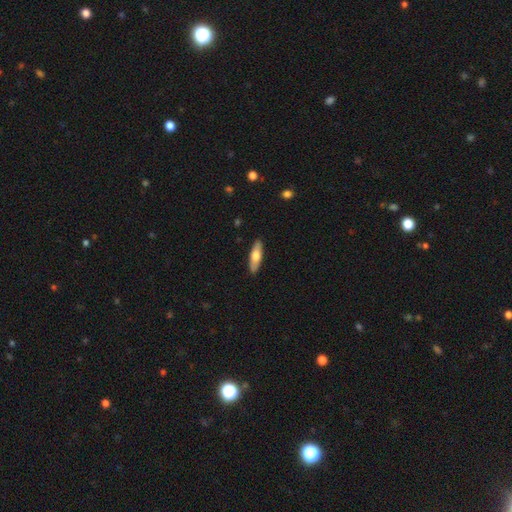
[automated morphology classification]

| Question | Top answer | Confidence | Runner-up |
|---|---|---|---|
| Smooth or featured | smooth | 62% | featured or disk (33%) |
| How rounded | cigar-shaped | 58% | in between (40%) |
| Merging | none | 89% | minor disturbance (8%) |